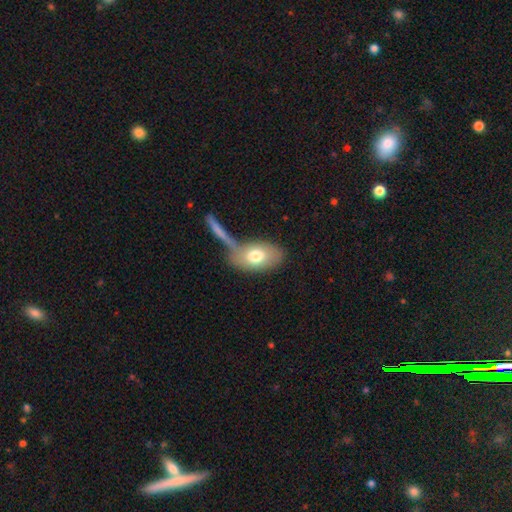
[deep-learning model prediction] Overall: smooth (71%). How rounded: in between (88%). Merging: none (50%; merger 27%).